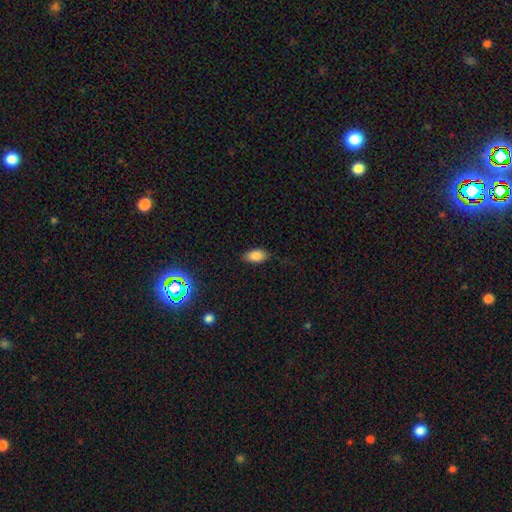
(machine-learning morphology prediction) Smooth or featured?
  - smooth: 83% *
  - star or artifact: 10%
  - featured or disk: 7%
How rounded?
  - in between: 91% *
  - round: 5%
  - cigar-shaped: 4%
Merging?
  - none: 85% *
  - minor disturbance: 11%
  - major disturbance: 3%
  - merger: 1%